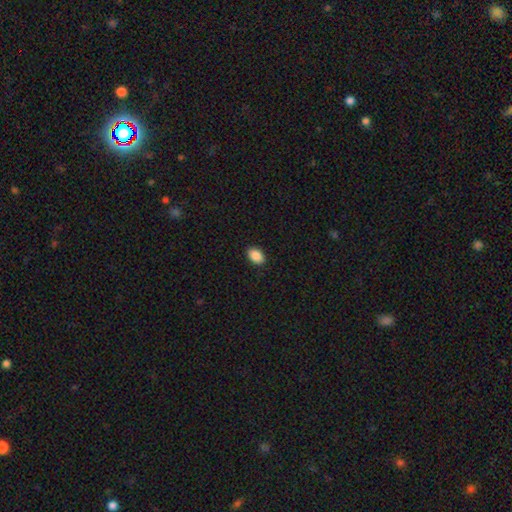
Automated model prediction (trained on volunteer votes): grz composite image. It shows a smooth galaxy with no disk features (89%) that is in between round and cigar-shaped (86%). Merging: none (90%).